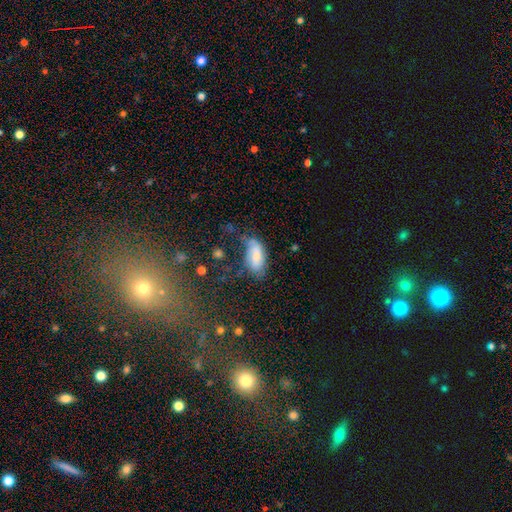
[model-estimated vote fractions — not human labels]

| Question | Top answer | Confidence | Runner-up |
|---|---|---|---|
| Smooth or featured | smooth | 65% | featured or disk (27%) |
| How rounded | in between | 90% | cigar-shaped (7%) |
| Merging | none | 42% | minor disturbance (34%) |